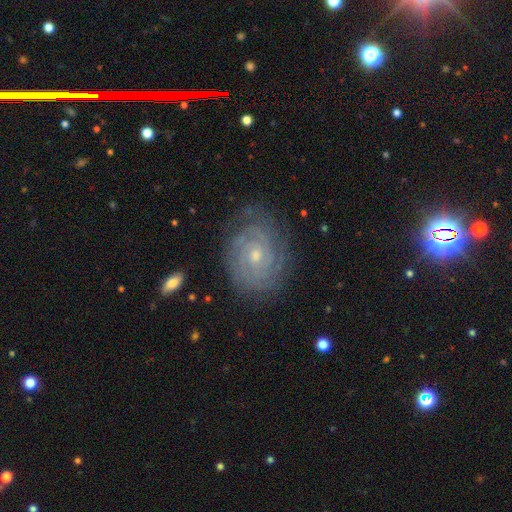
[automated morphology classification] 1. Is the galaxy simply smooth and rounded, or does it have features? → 86% featured or disk, 8% smooth, 7% star or artifact.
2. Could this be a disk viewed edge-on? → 97% no, 3% yes.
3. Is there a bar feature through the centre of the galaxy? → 66% no, 28% weak, 6% strong.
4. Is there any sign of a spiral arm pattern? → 97% yes, 3% no.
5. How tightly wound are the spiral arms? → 82% tight, 15% medium, 3% loose.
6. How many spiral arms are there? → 31% can't tell, 29% 2, 18% 3, 11% 4, 6% more than 4, 6% 1.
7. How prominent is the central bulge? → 61% small, 35% moderate, 1% none, 1% large, 1% dominant.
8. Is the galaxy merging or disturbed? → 79% none, 15% minor disturbance, 5% major disturbance, 1% merger.